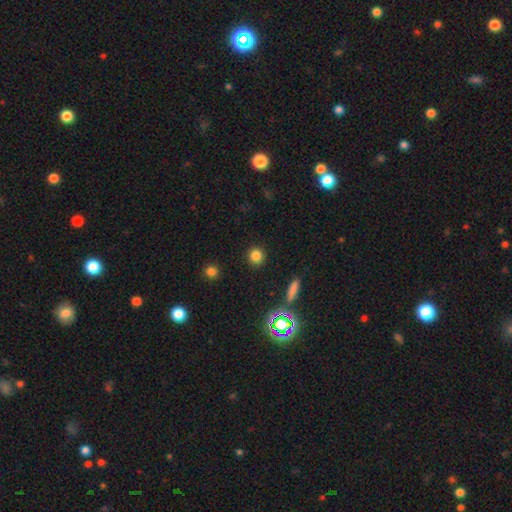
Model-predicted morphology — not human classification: Smooth or featured?
  - smooth: 81% *
  - star or artifact: 14%
  - featured or disk: 5%
How rounded?
  - round: 91% *
  - in between: 7%
  - cigar-shaped: 1%
Merging?
  - none: 91% *
  - minor disturbance: 5%
  - major disturbance: 2%
  - merger: 2%